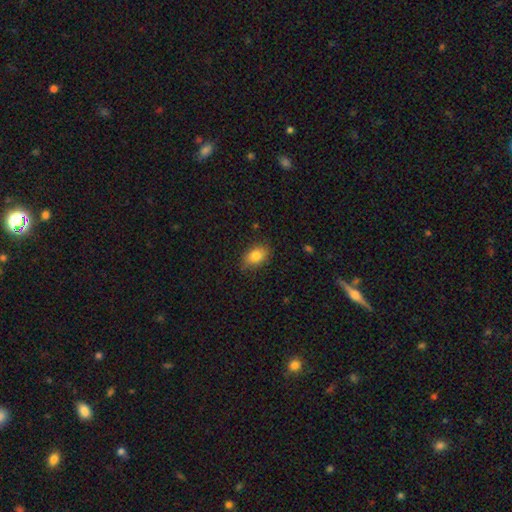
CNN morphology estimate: A smooth galaxy with no disk features (82%) that is in between round and cigar-shaped (82%). Merging: none (80%).